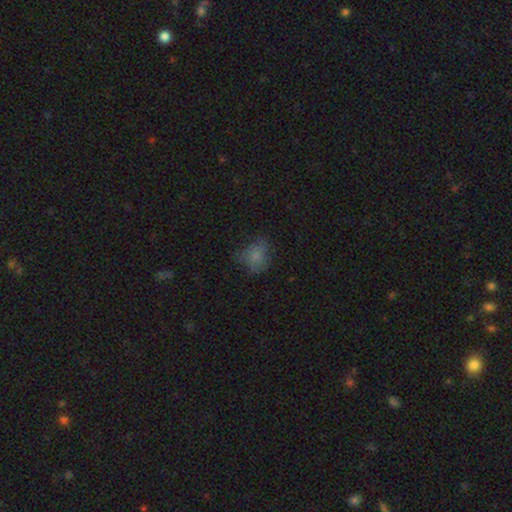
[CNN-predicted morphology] The model was most divided on "how rounded": round: 57%, in between: 42%, cigar-shaped: 1%. More confident: smooth or featured — smooth (73%); merging — none (52%).